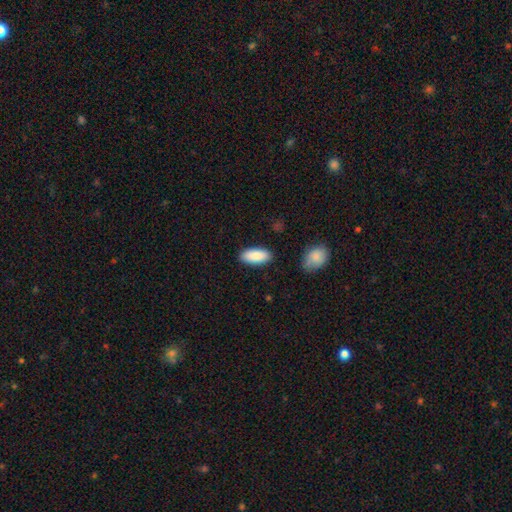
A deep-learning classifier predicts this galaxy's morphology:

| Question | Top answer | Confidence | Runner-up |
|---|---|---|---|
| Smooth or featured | smooth | 89% | star or artifact (6%) |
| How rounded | in between | 88% | cigar-shaped (11%) |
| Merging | none | 87% | minor disturbance (9%) |